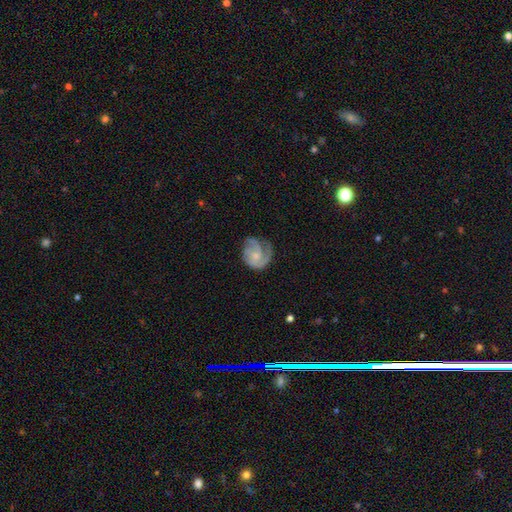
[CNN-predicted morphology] This appears to be a featured or disk galaxy (73%) with no bar (74%), 2 (31%) tight (45%) spiral arms (92%) and a small central bulge (60%). Merging: none (56%).